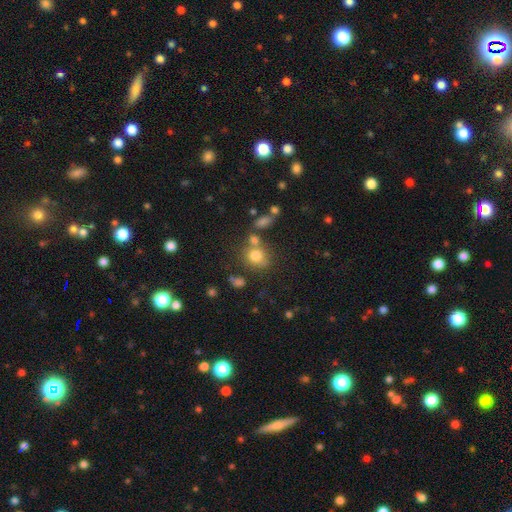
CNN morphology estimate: type=smooth (77%); roundness=round (75%); merging=none (58%).